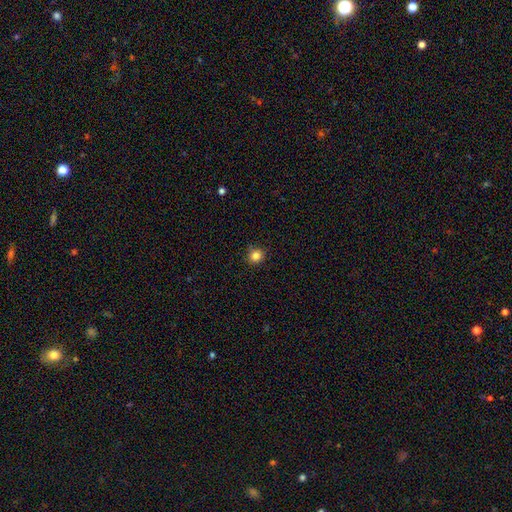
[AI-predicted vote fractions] smooth_or_featured: smooth (p=0.84) [alt: star or artifact p=0.12]
how_rounded: round (p=0.88) [alt: in between p=0.11]
merging: none (p=0.88) [alt: minor disturbance p=0.09]